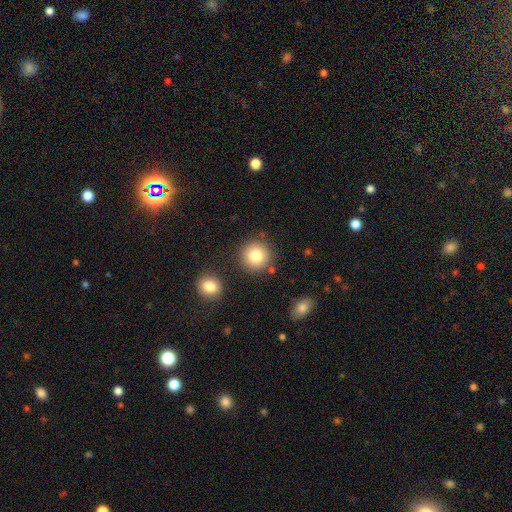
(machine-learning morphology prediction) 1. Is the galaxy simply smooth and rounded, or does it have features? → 81% smooth, 10% star or artifact, 9% featured or disk.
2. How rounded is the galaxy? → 94% round, 5% in between, 1% cigar-shaped.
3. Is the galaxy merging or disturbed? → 84% none, 7% minor disturbance, 6% merger, 3% major disturbance.